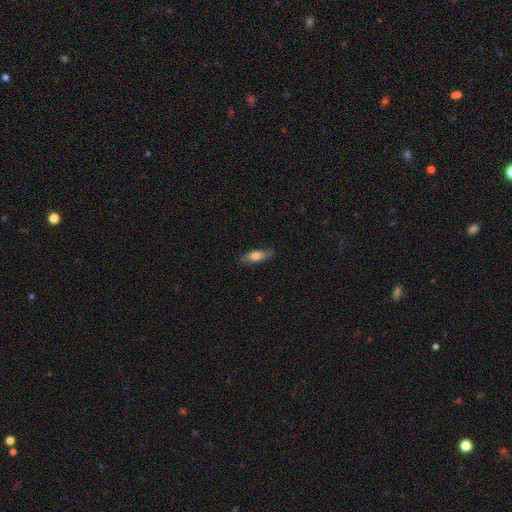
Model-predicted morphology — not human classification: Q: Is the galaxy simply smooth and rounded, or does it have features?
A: smooth — 70%.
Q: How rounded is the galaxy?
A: in between — 57%.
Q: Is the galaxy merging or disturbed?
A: none — 80%.